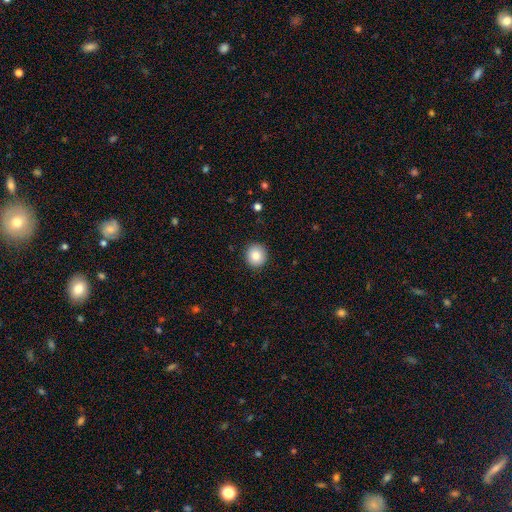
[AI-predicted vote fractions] Smooth or featured?
  - smooth: 84% *
  - star or artifact: 9%
  - featured or disk: 8%
How rounded?
  - round: 89% *
  - in between: 10%
  - cigar-shaped: 1%
Merging?
  - none: 91% *
  - minor disturbance: 6%
  - major disturbance: 2%
  - merger: 1%